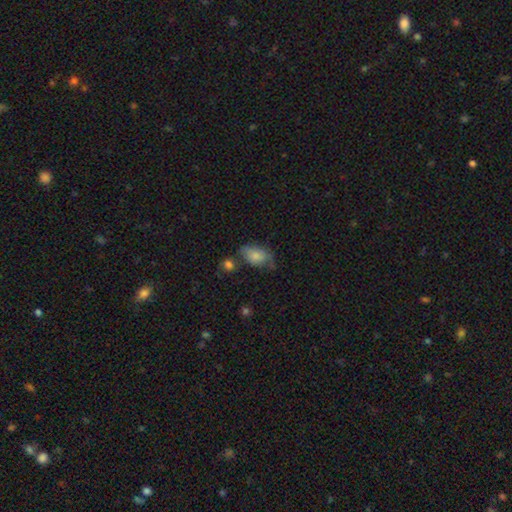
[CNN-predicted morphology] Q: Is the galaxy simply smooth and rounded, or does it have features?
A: smooth — 77%.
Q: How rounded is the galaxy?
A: in between — 89%.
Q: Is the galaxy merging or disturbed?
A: none — 44%.